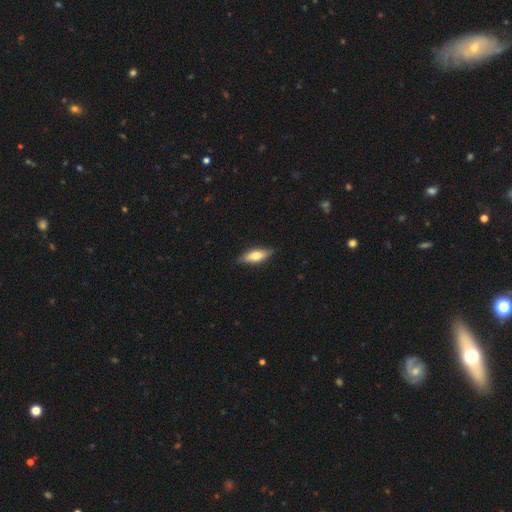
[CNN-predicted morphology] Smooth or featured: smooth — 59% (featured or disk — 35%)
How rounded: in between — 61% (cigar-shaped — 36%)
Merging: none — 84% (minor disturbance — 13%)